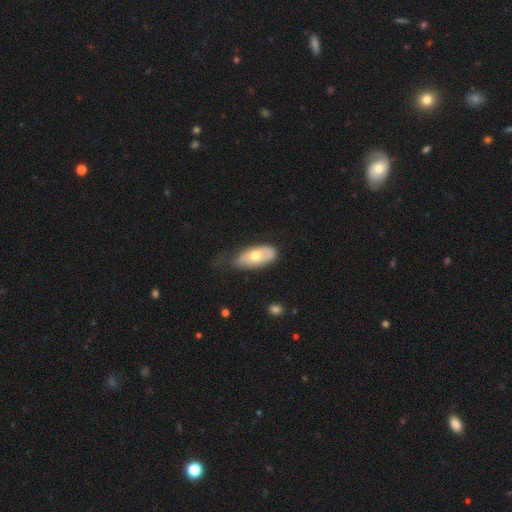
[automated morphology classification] type=smooth (59%); roundness=in between (89%); merging=none (47%).